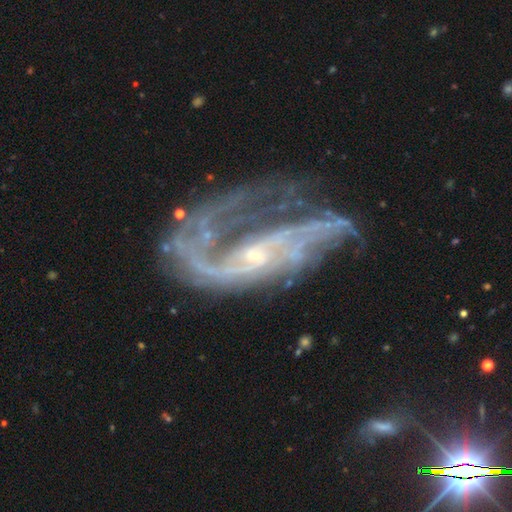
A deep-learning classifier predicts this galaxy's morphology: Smooth or featured? featured or disk (86%)
Edge-on disk? no (96%)
Bar? no (54%)
Spiral arms? yes (90%)
Spiral winding? loose (57%)
Spiral arm count? 2 (45%)
Bulge size? small (72%)
Merging? major disturbance (42%)